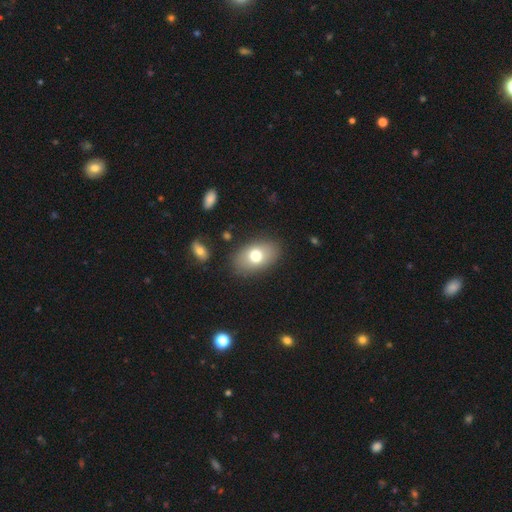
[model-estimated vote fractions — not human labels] Q: Smooth or featured?
A: smooth (73%); runner-up: featured or disk (19%)
Q: How rounded?
A: in between (87%); runner-up: round (11%)
Q: Merging?
A: none (84%); runner-up: minor disturbance (11%)